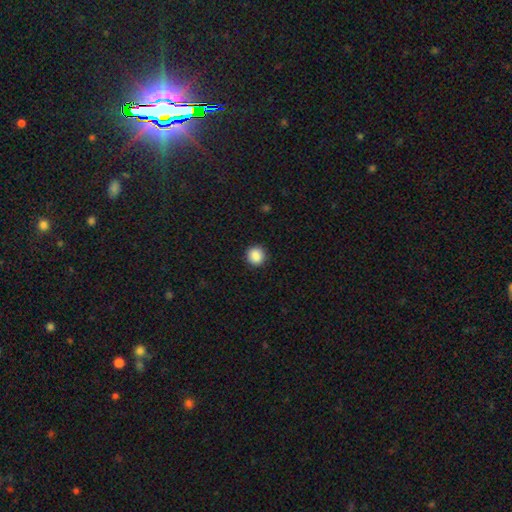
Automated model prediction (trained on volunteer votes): Morphology: type=smooth (88%); roundness=round (93%); merging=none (91%).